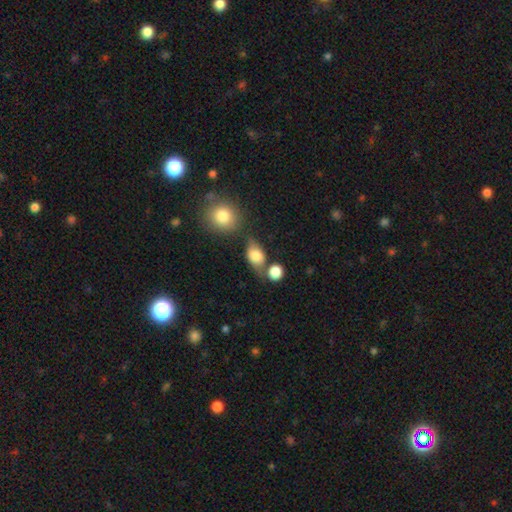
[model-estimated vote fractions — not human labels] Overall: smooth (76%). How rounded: in between (69%). Merging: none (54%; merger 20%).